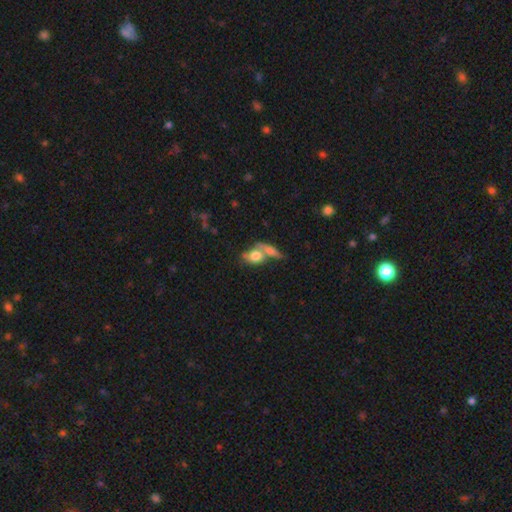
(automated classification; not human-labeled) smooth-or-featured: smooth: 66% | featured or disk: 26% | star or artifact: 9%
  how-rounded: in between: 64% | round: 30% | cigar-shaped: 6%
  merging: merger: 54% | none: 29% | minor disturbance: 10% | major disturbance: 7%